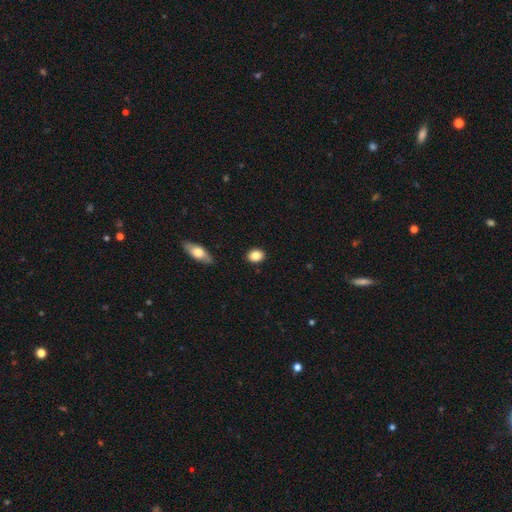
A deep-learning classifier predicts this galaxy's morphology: The model was most divided on "how rounded": in between: 55%, round: 43%, cigar-shaped: 2%. More confident: merging — none (89%); smooth or featured — smooth (86%).